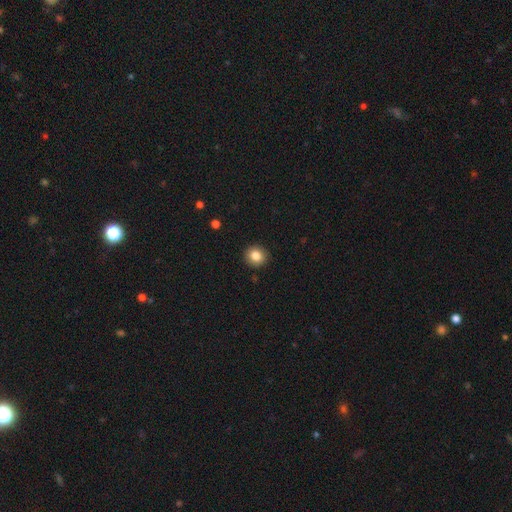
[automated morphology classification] Smooth or featured: smooth — 83% (star or artifact — 10%)
How rounded: round — 87% (in between — 12%)
Merging: none — 91% (minor disturbance — 6%)